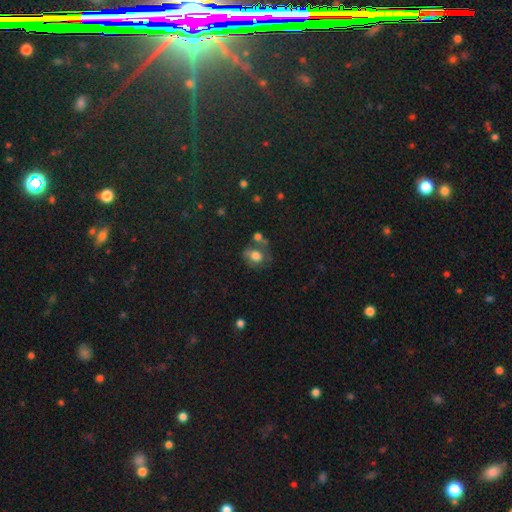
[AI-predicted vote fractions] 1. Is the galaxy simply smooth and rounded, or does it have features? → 69% smooth, 20% featured or disk, 12% star or artifact.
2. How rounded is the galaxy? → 57% round, 42% in between, 1% cigar-shaped.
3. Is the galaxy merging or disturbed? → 45% none, 22% minor disturbance, 19% merger, 13% major disturbance.